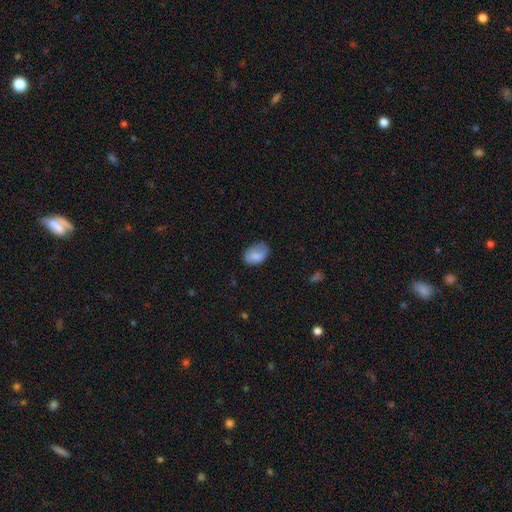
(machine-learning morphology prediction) Smooth or featured?
  - smooth: 81% *
  - featured or disk: 12%
  - star or artifact: 7%
How rounded?
  - in between: 86% *
  - round: 13%
  - cigar-shaped: 1%
Merging?
  - none: 60% *
  - minor disturbance: 29%
  - major disturbance: 9%
  - merger: 1%